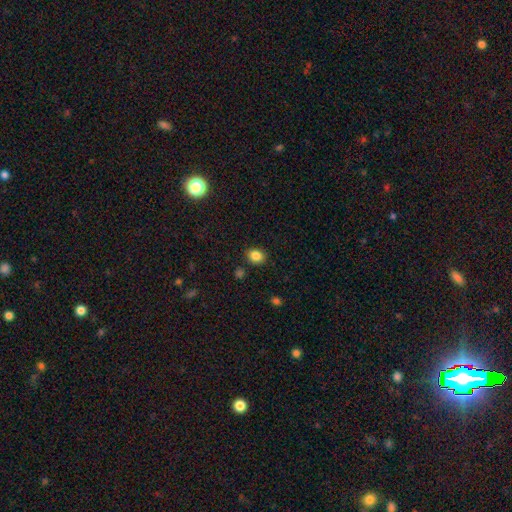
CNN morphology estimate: type=smooth (85%); roundness=round (52%); merging=none (87%).